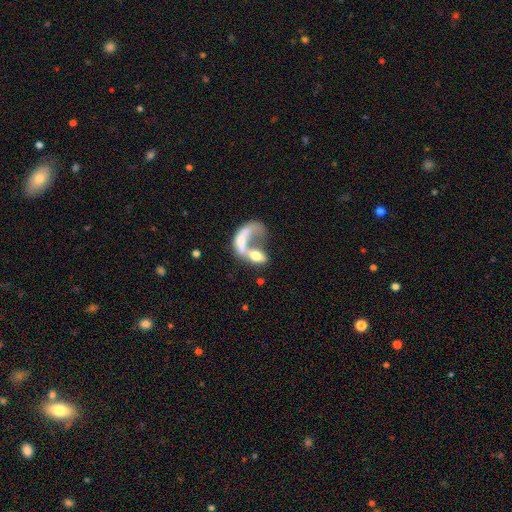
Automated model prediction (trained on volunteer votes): Q: Smooth or featured?
A: smooth (46%); runner-up: featured or disk (45%)
Q: Merging?
A: merger (59%); runner-up: major disturbance (26%)